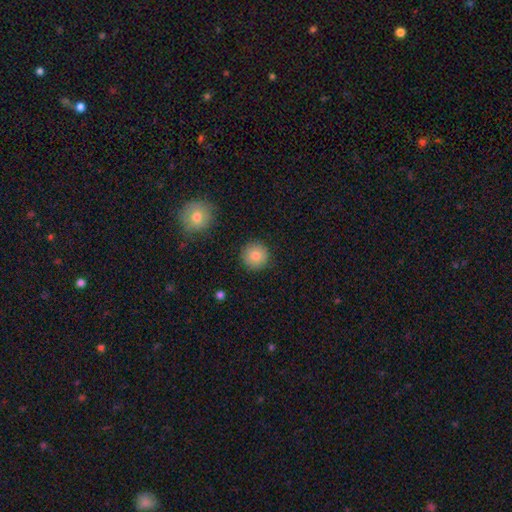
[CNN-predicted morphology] smooth_or_featured: smooth (p=0.84) [alt: star or artifact p=0.09]
how_rounded: round (p=0.95) [alt: in between p=0.04]
merging: none (p=0.90) [alt: minor disturbance p=0.06]